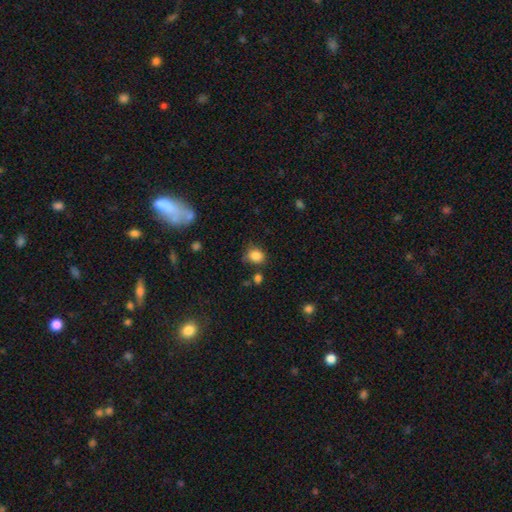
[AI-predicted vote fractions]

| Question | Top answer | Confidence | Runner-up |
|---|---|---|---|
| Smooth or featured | smooth | 85% | star or artifact (10%) |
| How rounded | round | 60% | in between (39%) |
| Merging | none | 64% | minor disturbance (23%) |